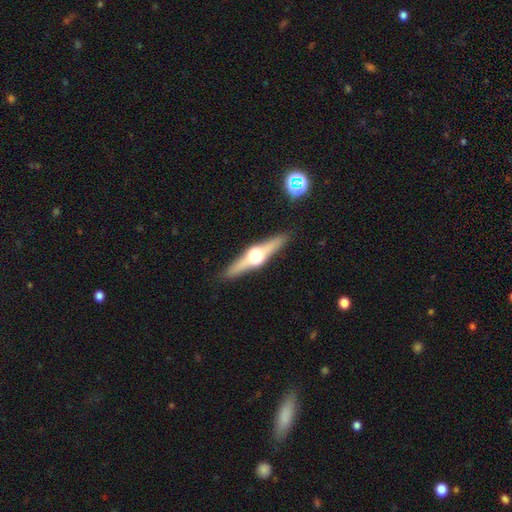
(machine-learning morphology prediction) Smooth or featured?
  - featured or disk: 77% *
  - smooth: 17%
  - star or artifact: 6%
Edge-on disk?
  - yes: 97% *
  - no: 3%
Edge-on bulge?
  - rounded: 95% *
  - boxy: 3%
  - none: 1%
Merging?
  - none: 90% *
  - minor disturbance: 7%
  - major disturbance: 2%
  - merger: 1%